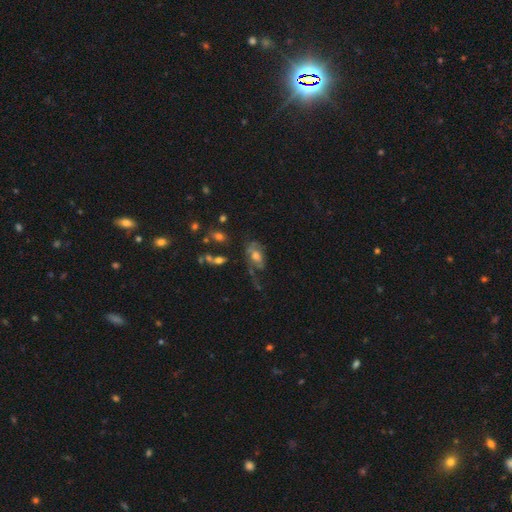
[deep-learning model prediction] Overall: featured or disk (52%; smooth 36%). Edge-on disk: no (92%). Merging: major disturbance (36%; none 35%).